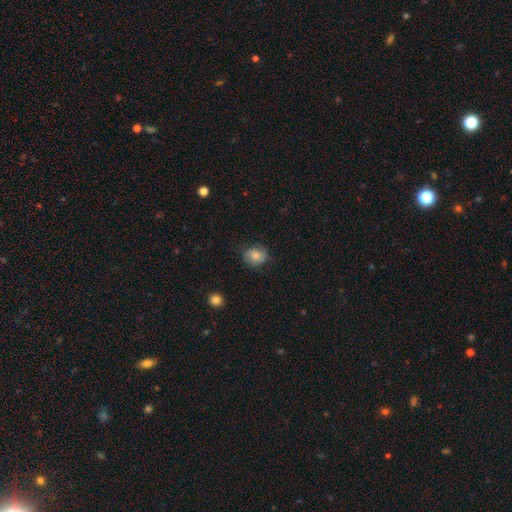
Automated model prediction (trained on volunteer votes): Smooth or featured: smooth — 72% (featured or disk — 19%)
How rounded: round — 62% (in between — 37%)
Merging: none — 70% (minor disturbance — 22%)